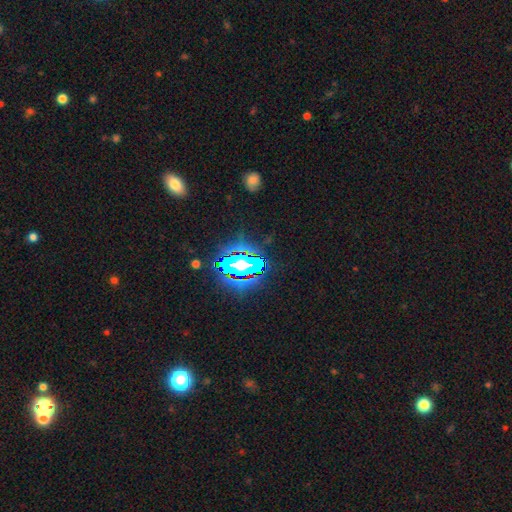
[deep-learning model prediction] Q: Smooth or featured?
A: star or artifact (79%); runner-up: smooth (13%)